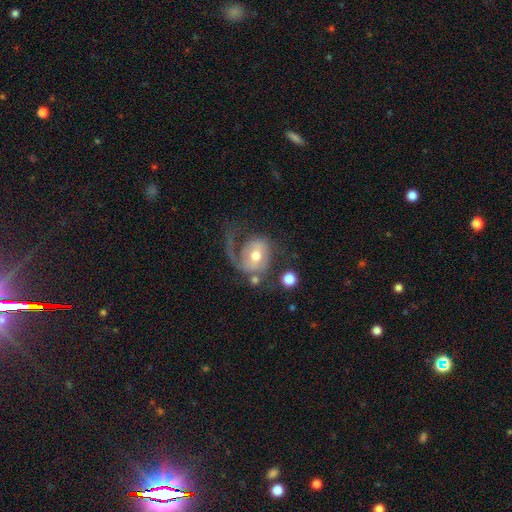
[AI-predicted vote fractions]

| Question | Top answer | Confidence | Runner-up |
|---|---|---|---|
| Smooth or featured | featured or disk | 68% | smooth (25%) |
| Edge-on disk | no | 97% | yes (3%) |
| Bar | no | 51% | weak (37%) |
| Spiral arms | yes | 81% | no (19%) |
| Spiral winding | loose | 42% | medium (35%) |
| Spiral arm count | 1 | 63% | 2 (25%) |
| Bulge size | moderate | 72% | small (17%) |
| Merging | major disturbance | 41% | none (33%) |